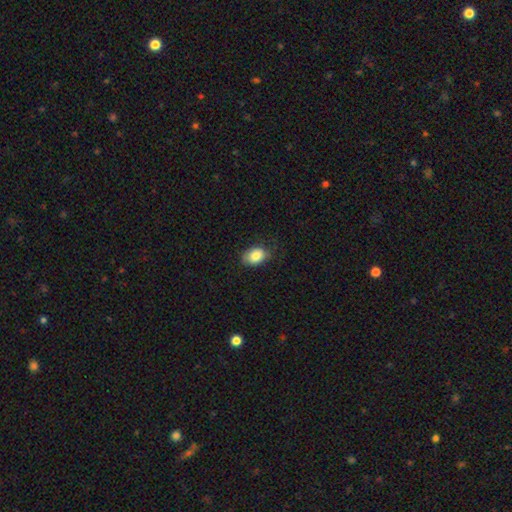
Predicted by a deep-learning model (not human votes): Smooth or featured? Predicted: smooth (p=0.83). How rounded? Predicted: in between (p=0.80). Merging? Predicted: none (p=0.72).